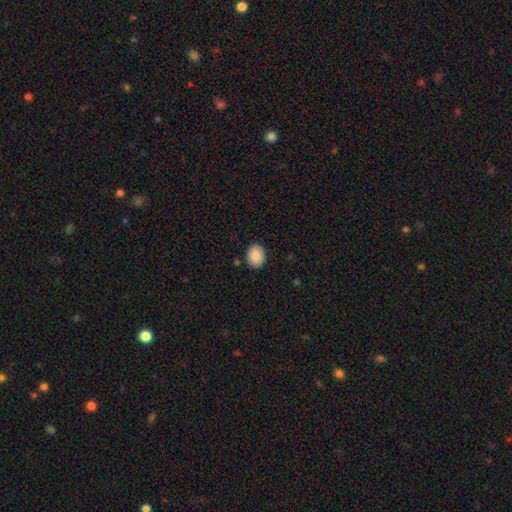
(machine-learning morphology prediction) smooth-or-featured: smooth: 89% | star or artifact: 7% | featured or disk: 4%
  how-rounded: in between: 68% | round: 31% | cigar-shaped: 1%
  merging: none: 88% | minor disturbance: 8% | major disturbance: 2% | merger: 1%